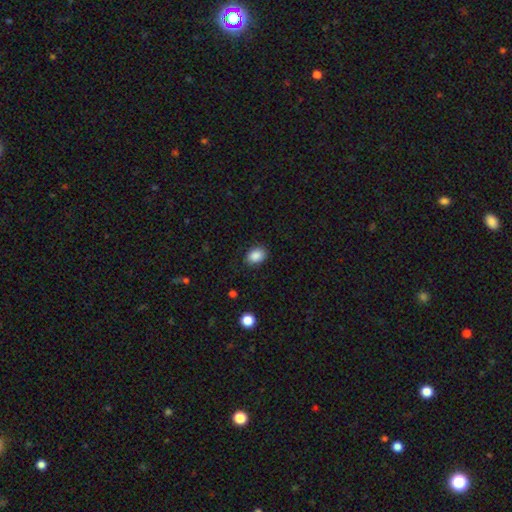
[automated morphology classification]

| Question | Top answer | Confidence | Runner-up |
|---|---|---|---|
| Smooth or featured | smooth | 88% | star or artifact (9%) |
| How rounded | in between | 75% | round (24%) |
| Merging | none | 83% | minor disturbance (13%) |